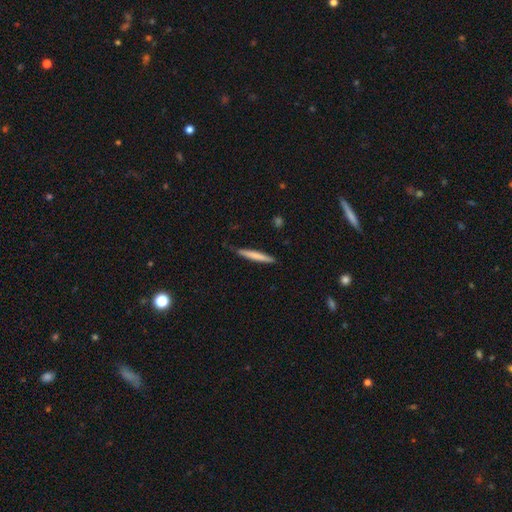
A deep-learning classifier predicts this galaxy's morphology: Smooth or featured? smooth (73%)
How rounded? cigar-shaped (95%)
Merging? none (83%)